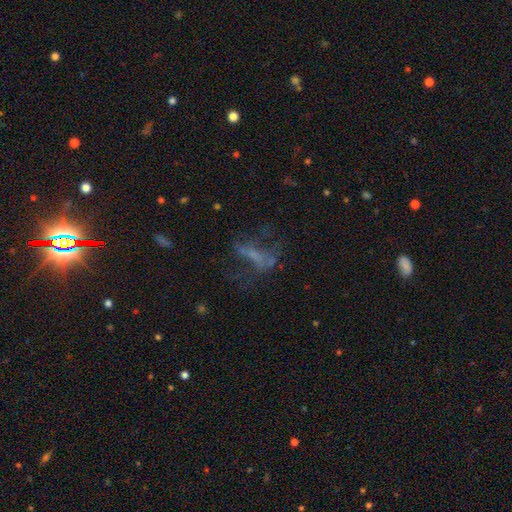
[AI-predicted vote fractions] A featured or disk galaxy (47%).

Vote fractions:
- Smooth or featured? featured or disk: 47% / smooth: 28% / star or artifact: 25%
- Merging? none: 42% / major disturbance: 37% / minor disturbance: 16% / merger: 5%